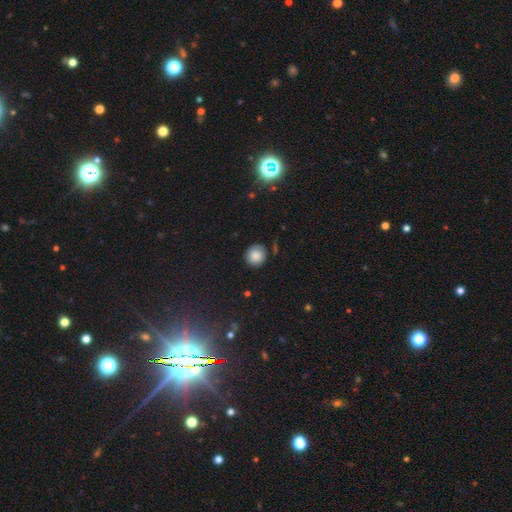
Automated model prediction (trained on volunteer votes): A smooth galaxy with no disk features (84%) that is round (91%). Merging: none (81%).